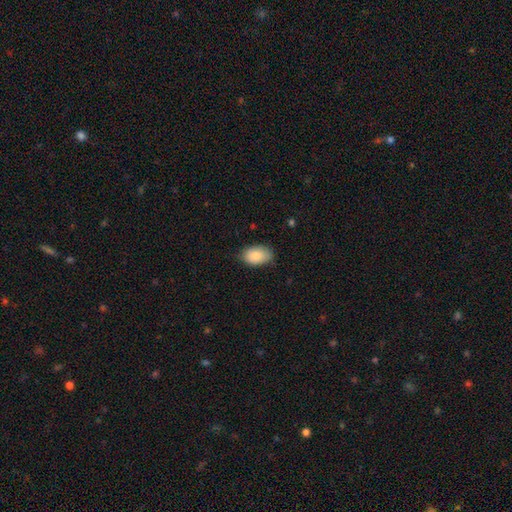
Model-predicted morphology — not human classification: smooth-or-featured: smooth: 86% | featured or disk: 7% | star or artifact: 7%
  how-rounded: in between: 89% | round: 9% | cigar-shaped: 1%
  merging: none: 72% | minor disturbance: 23% | major disturbance: 4% | merger: 1%